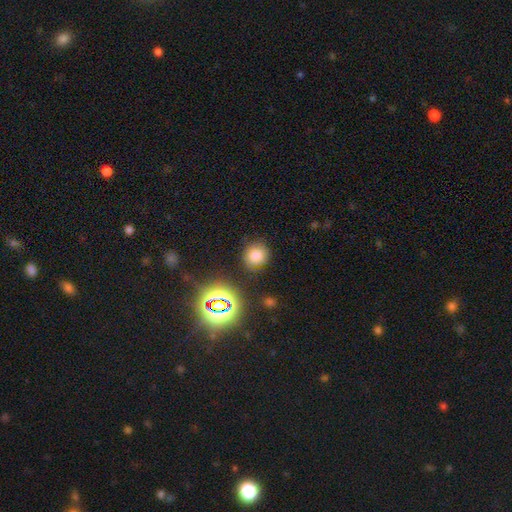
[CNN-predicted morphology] smooth-or-featured: smooth: 71% | star or artifact: 20% | featured or disk: 10%
  how-rounded: round: 84% | in between: 15% | cigar-shaped: 1%
  merging: none: 82% | minor disturbance: 12% | major disturbance: 4% | merger: 3%